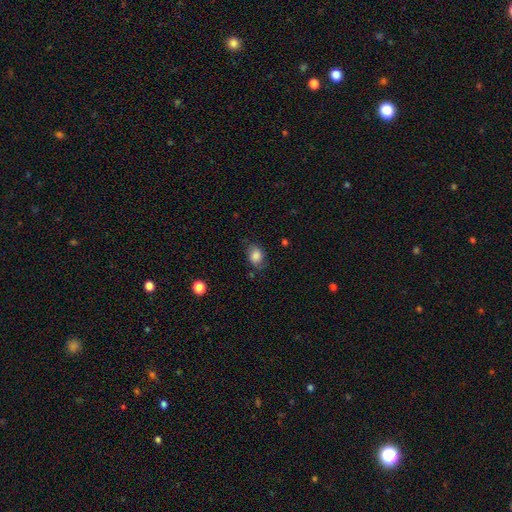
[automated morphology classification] This appears to be a smooth galaxy with no disk features (81%) that is in between round and cigar-shaped (63%). Merging: none (67%).